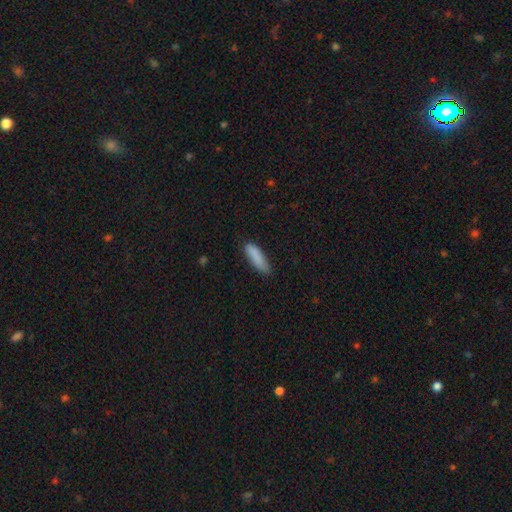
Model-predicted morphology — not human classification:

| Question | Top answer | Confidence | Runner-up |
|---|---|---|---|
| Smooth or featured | smooth | 87% | featured or disk (7%) |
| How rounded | cigar-shaped | 64% | in between (35%) |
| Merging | none | 76% | minor disturbance (19%) |